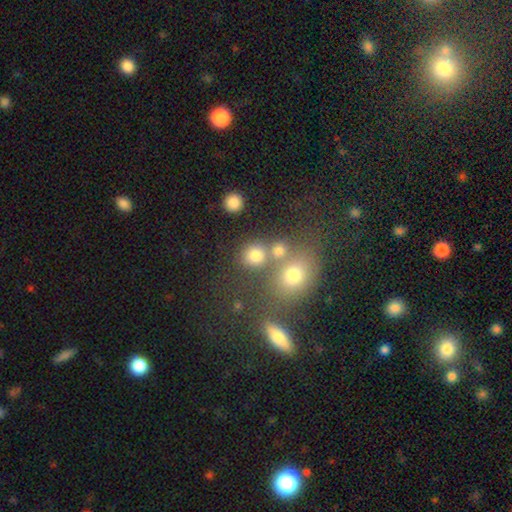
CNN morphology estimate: Overall: smooth (76%). How rounded: round (81%). Merging: none (62%; merger 24%).